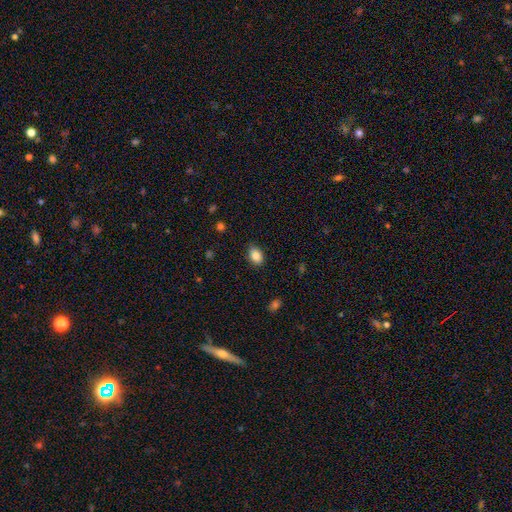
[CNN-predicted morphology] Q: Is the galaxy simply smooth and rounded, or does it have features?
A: smooth — 86%.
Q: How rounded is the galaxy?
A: in between — 82%.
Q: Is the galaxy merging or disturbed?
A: none — 86%.